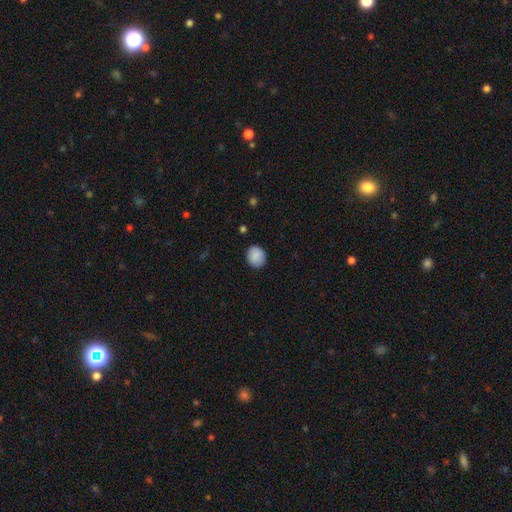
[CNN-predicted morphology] Overall: smooth (88%). How rounded: round (77%). Merging: none (88%).